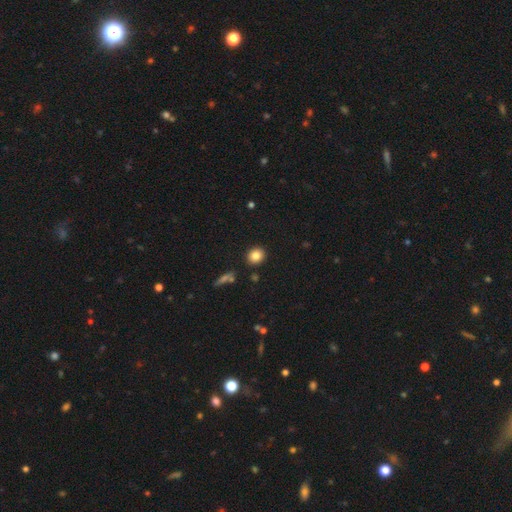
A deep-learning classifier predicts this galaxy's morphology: The model was most divided on "how rounded": round: 76%, in between: 23%, cigar-shaped: 1%. More confident: merging — none (89%); smooth or featured — smooth (83%).